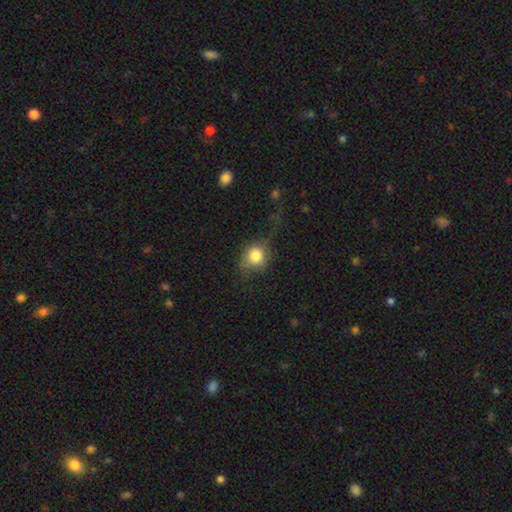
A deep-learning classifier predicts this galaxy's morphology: type=smooth (77%); roundness=round (72%); merging=none (40%).